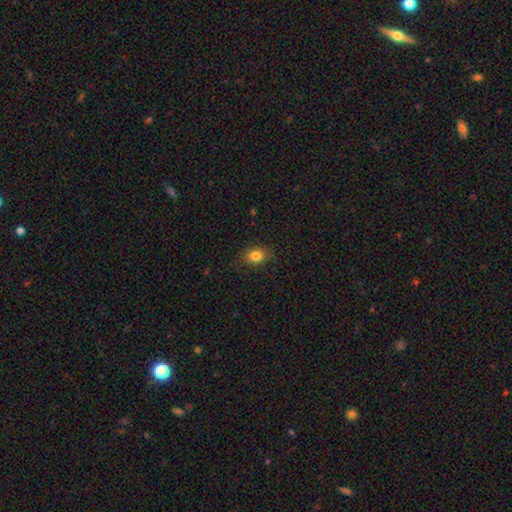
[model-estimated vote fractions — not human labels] A smooth galaxy with no disk features (82%) that is in between round and cigar-shaped (67%).

Vote fractions:
- Smooth or featured? smooth: 82% / star or artifact: 10% / featured or disk: 7%
- How rounded? in between: 67% / round: 32% / cigar-shaped: 1%
- Merging? none: 85% / minor disturbance: 12% / major disturbance: 3% / merger: 1%